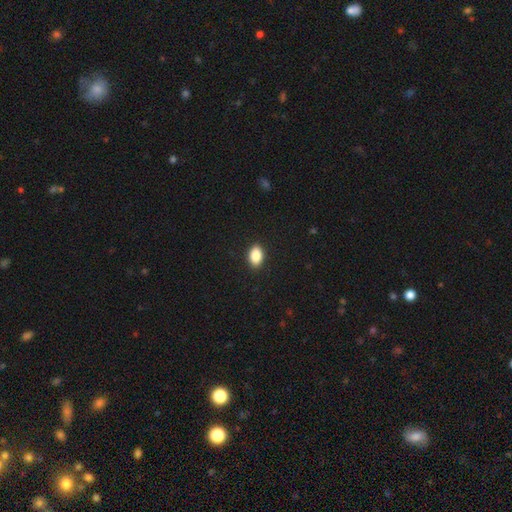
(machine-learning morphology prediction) smooth_or_featured: smooth (p=0.88) [alt: star or artifact p=0.08]
how_rounded: in between (p=0.88) [alt: round p=0.10]
merging: none (p=0.90) [alt: minor disturbance p=0.07]